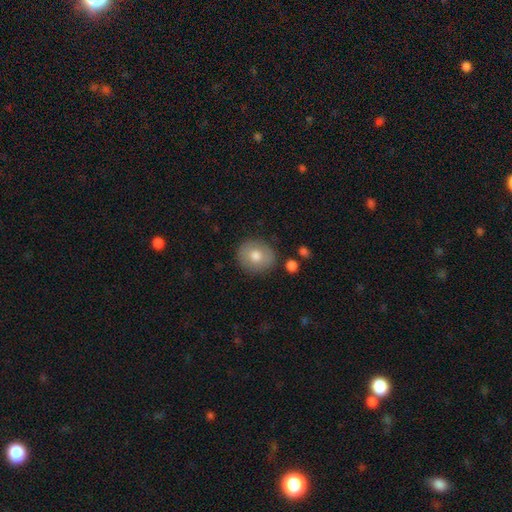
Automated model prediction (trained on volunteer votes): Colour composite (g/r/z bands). It shows a smooth galaxy with no disk features (74%) that is round (83%). Merging: none (86%).